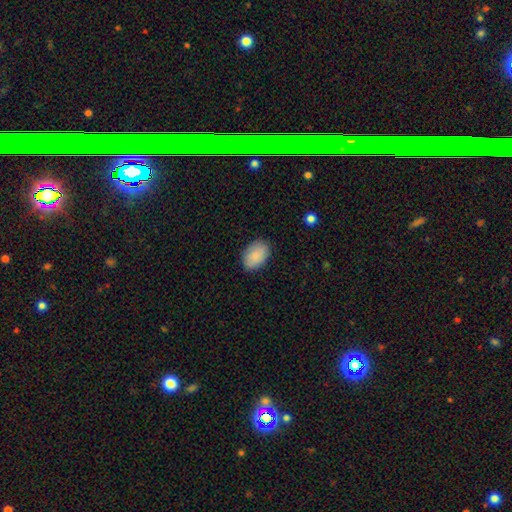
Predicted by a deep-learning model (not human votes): smooth_or_featured: smooth (p=0.88) [alt: star or artifact p=0.06]
how_rounded: in between (p=0.89) [alt: round p=0.10]
merging: none (p=0.86) [alt: minor disturbance p=0.11]